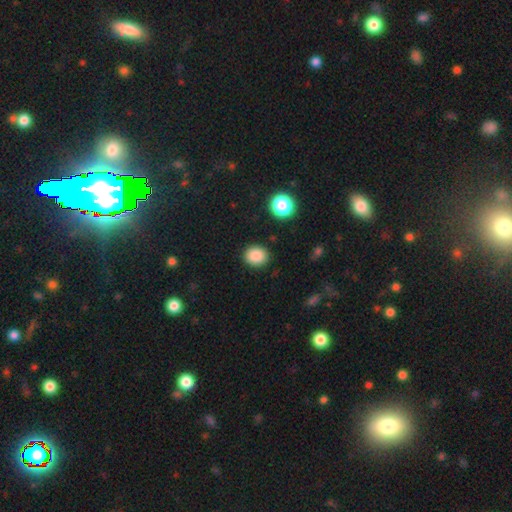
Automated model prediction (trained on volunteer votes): A smooth galaxy with no disk features (87%) that is round (70%). Merging: none (89%).